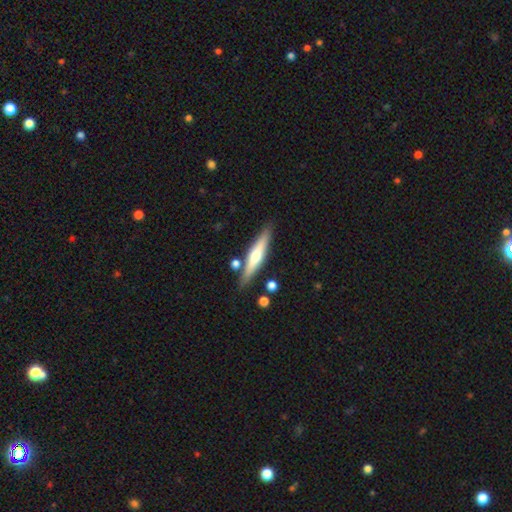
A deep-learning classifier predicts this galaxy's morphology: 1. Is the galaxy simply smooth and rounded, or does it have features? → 52% featured or disk, 42% smooth, 6% star or artifact.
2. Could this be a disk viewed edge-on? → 94% yes, 6% no.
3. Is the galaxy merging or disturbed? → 83% none, 10% minor disturbance, 5% merger, 2% major disturbance.